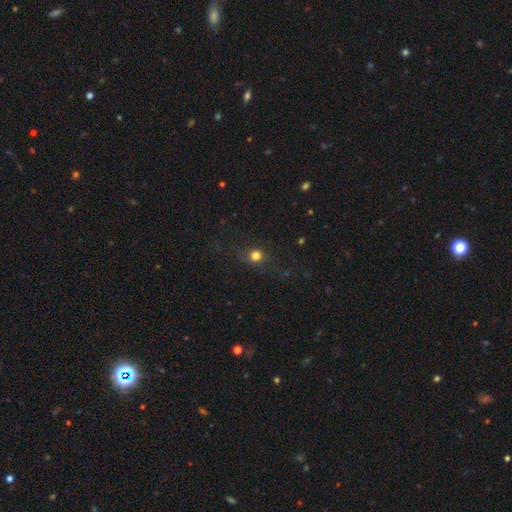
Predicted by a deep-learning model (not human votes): The model was most divided on "smooth or featured": smooth: 70%, star or artifact: 19%, featured or disk: 11%. More confident: how rounded — round (81%); merging — none (77%).